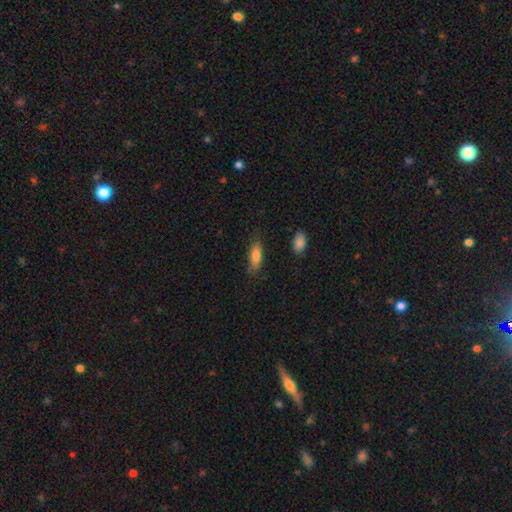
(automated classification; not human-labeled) Overall: smooth (80%). How rounded: in between (65%; cigar-shaped 33%). Merging: none (78%).